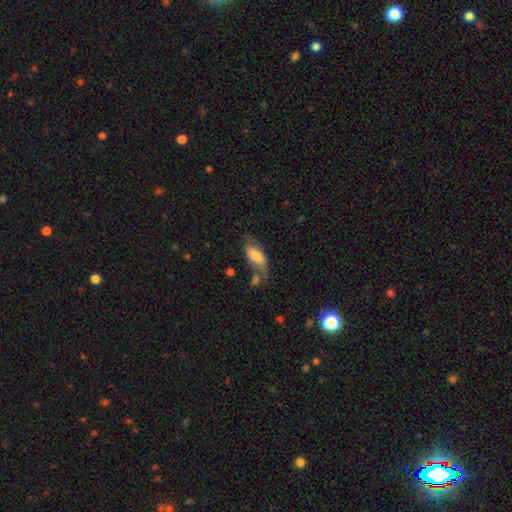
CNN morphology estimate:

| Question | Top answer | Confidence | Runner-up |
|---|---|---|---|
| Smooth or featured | smooth | 69% | featured or disk (24%) |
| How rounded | in between | 85% | cigar-shaped (12%) |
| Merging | none | 46% | minor disturbance (25%) |